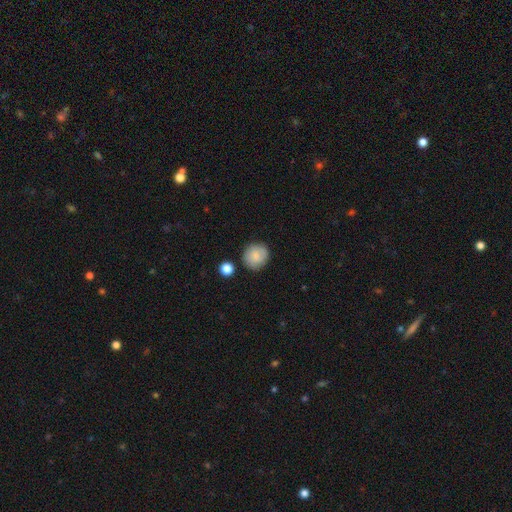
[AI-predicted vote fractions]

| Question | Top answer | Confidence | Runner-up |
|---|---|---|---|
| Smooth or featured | smooth | 84% | featured or disk (9%) |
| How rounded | round | 88% | in between (11%) |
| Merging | none | 82% | minor disturbance (11%) |